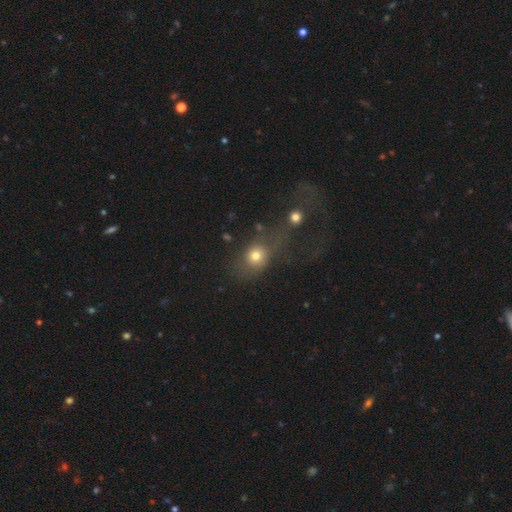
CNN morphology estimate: type=smooth (72%); roundness=round (67%); merging=none (38%).